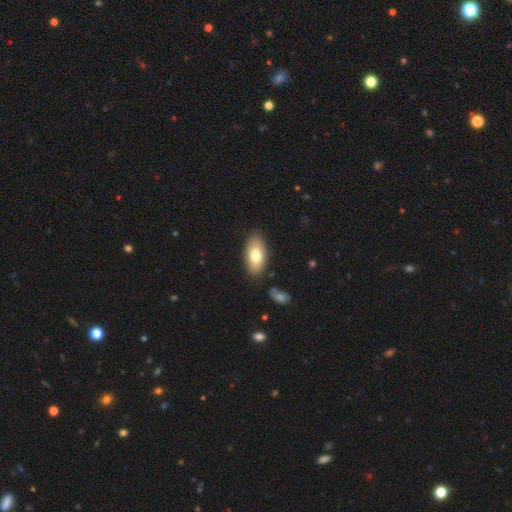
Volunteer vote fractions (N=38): Q: Smooth or featured?
A: smooth (76%); runner-up: featured or disk (18%)
Q: How rounded?
A: in between (86%); runner-up: cigar-shaped (14%)
Q: Merging?
A: none (81%); runner-up: minor disturbance (11%)